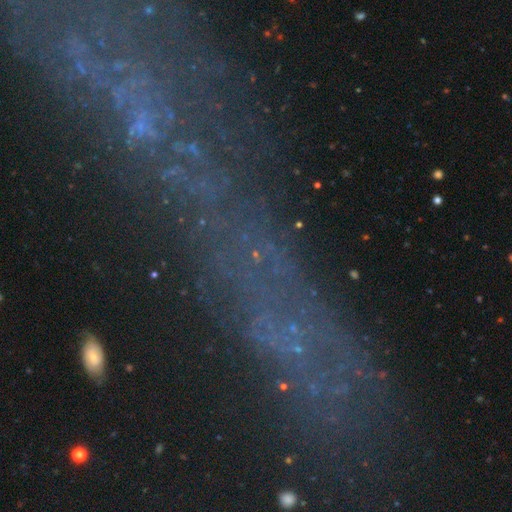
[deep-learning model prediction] A star or artifact, not a galaxy (51%).